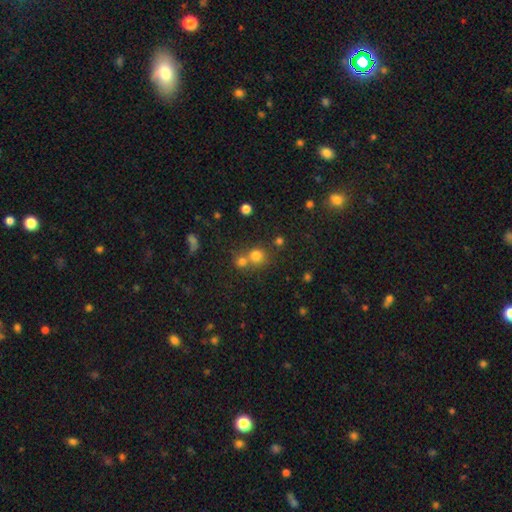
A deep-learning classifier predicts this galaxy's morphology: Smooth or featured? Predicted: smooth (p=0.75). How rounded? Predicted: round (p=0.86). Merging? Predicted: none (p=0.49).